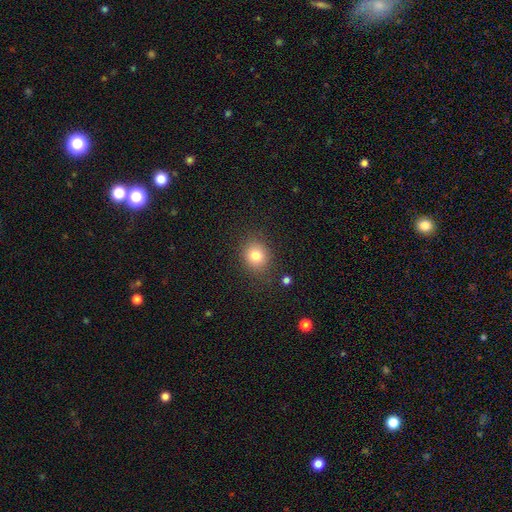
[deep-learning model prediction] Morphology: type=smooth (80%); roundness=round (70%); merging=none (83%).